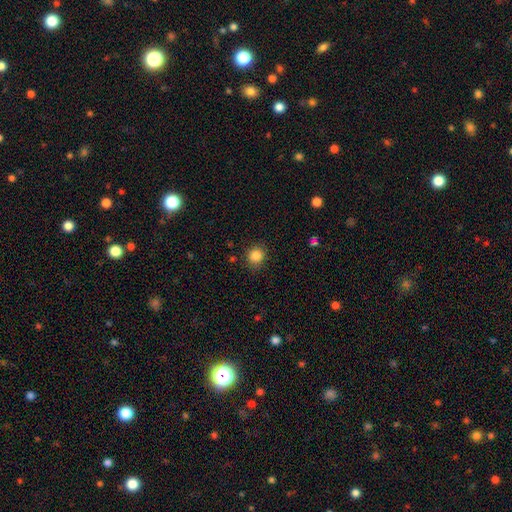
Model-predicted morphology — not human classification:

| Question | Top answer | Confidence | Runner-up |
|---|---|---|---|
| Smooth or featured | smooth | 85% | star or artifact (11%) |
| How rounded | round | 82% | in between (17%) |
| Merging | none | 85% | minor disturbance (11%) |